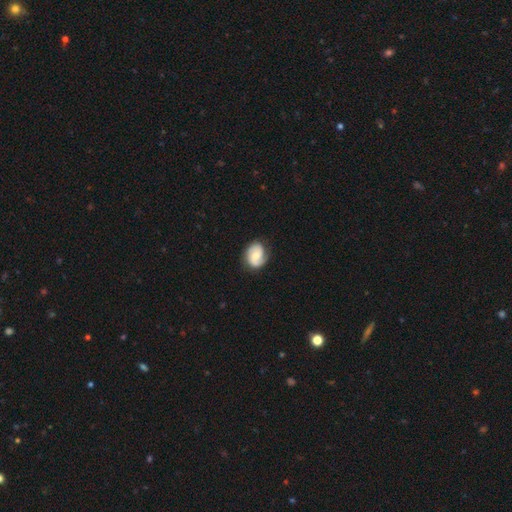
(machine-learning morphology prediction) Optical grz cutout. It shows a featured or disk galaxy (65%) with no bar (57%), 2 (84%) medium (43%) spiral arms (93%) and a moderate central bulge (49%). Merging: none (78%).